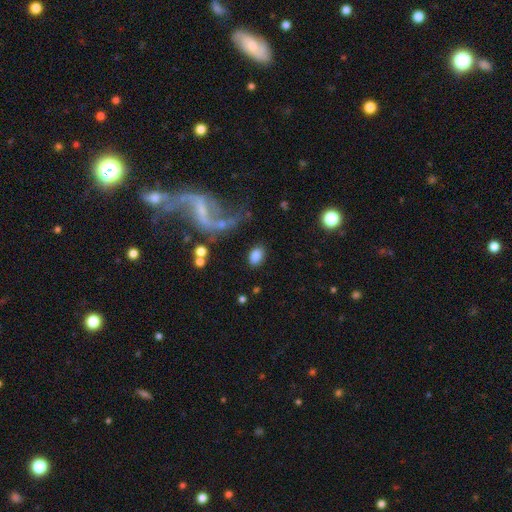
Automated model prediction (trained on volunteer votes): Smooth or featured?
  - smooth: 80% *
  - featured or disk: 11%
  - star or artifact: 9%
How rounded?
  - in between: 84% *
  - round: 14%
  - cigar-shaped: 2%
Merging?
  - none: 77% *
  - minor disturbance: 12%
  - major disturbance: 6%
  - merger: 5%